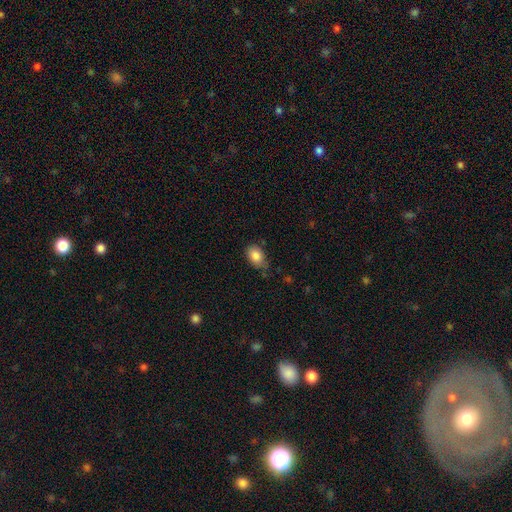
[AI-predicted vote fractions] Smooth or featured? Predicted: smooth (p=0.85). How rounded? Predicted: in between (p=0.80). Merging? Predicted: none (p=0.69).